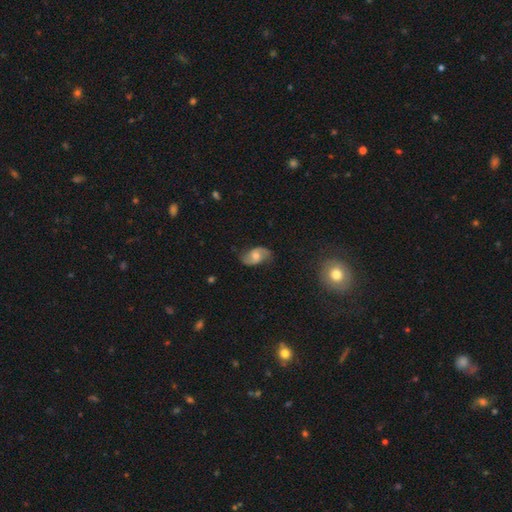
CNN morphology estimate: type=featured or disk (66%); edge-on=no (96%); bar=no (63%); spiral arms=yes (88%); winding=loose (46%); arm count=2 (88%); bulge=moderate (64%); merging=none (72%).